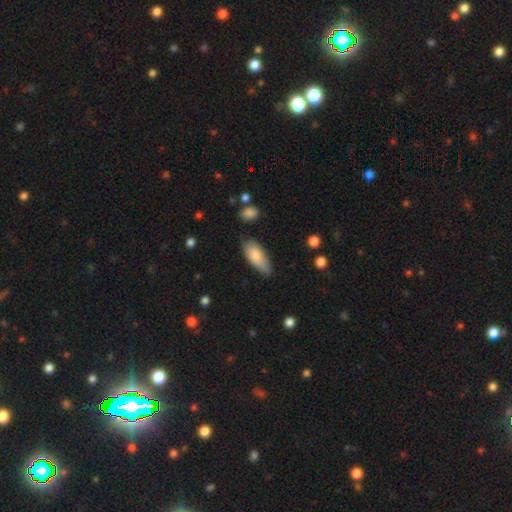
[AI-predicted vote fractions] Smooth or featured?
  - smooth: 80% *
  - featured or disk: 14%
  - star or artifact: 6%
How rounded?
  - in between: 80% *
  - cigar-shaped: 18%
  - round: 2%
Merging?
  - none: 65% *
  - minor disturbance: 28%
  - major disturbance: 5%
  - merger: 2%